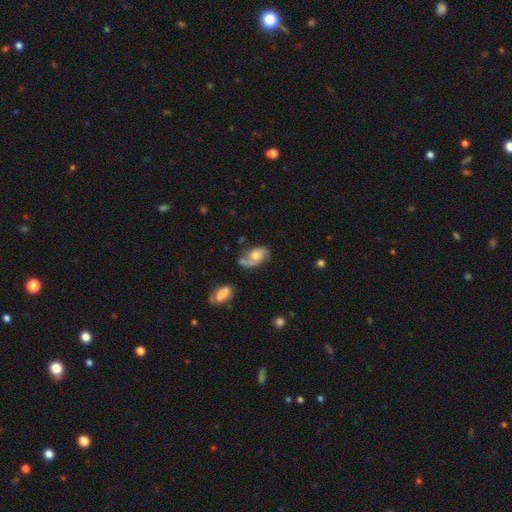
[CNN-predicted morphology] smooth_or_featured: featured or disk (p=0.59) [alt: smooth p=0.33]
disk_edge_on: no (p=0.96) [alt: yes p=0.04]
bar: no (p=0.74) [alt: weak p=0.22]
has_spiral_arms: yes (p=0.84) [alt: no p=0.16]
bulge_size: moderate (p=0.61) [alt: small p=0.21]
merging: none (p=0.46) [alt: minor disturbance p=0.25]